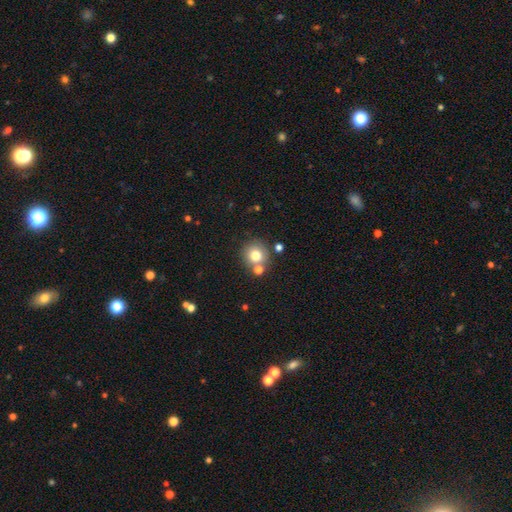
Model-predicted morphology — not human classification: Q: Smooth or featured?
A: smooth (76%); runner-up: star or artifact (13%)
Q: How rounded?
A: round (91%); runner-up: in between (8%)
Q: Merging?
A: none (71%); runner-up: merger (17%)